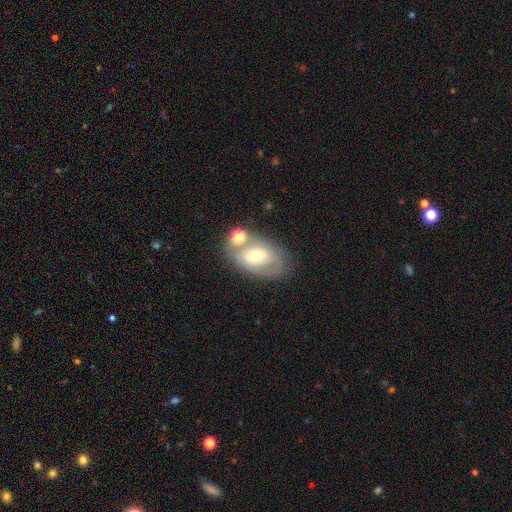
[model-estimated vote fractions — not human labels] Morphology: type=featured or disk (53%); edge-on=no (92%); merging=none (53%).